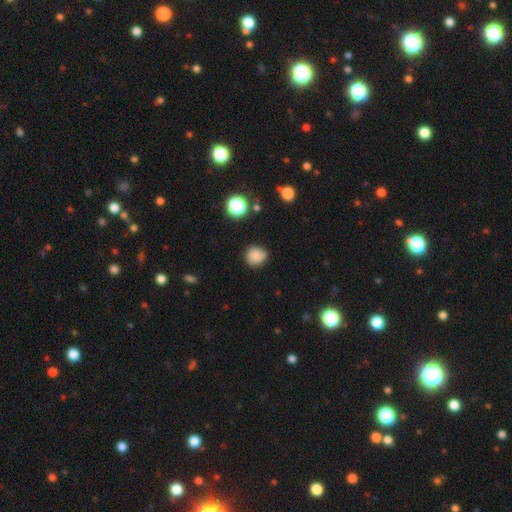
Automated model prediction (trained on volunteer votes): smooth-or-featured: smooth: 80% | star or artifact: 12% | featured or disk: 9%
  how-rounded: round: 85% | in between: 14% | cigar-shaped: 1%
  merging: none: 76% | minor disturbance: 18% | major disturbance: 4% | merger: 2%